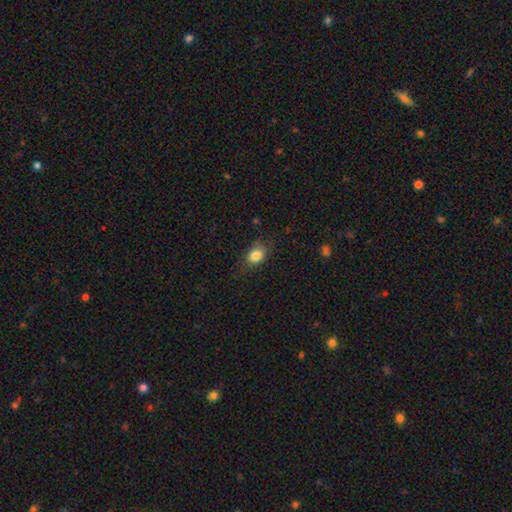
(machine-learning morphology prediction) smooth_or_featured: smooth (p=0.83) [alt: star or artifact p=0.10]
how_rounded: in between (p=0.65) [alt: round p=0.34]
merging: none (p=0.74) [alt: minor disturbance p=0.19]